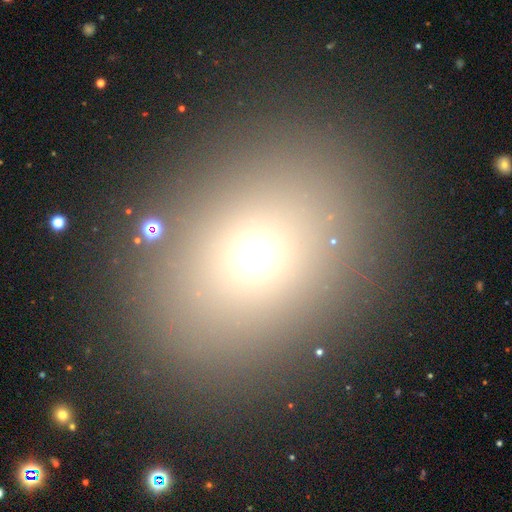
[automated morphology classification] A smooth galaxy with no disk features (68%) that is in between round and cigar-shaped (51%). Merging: none (84%).